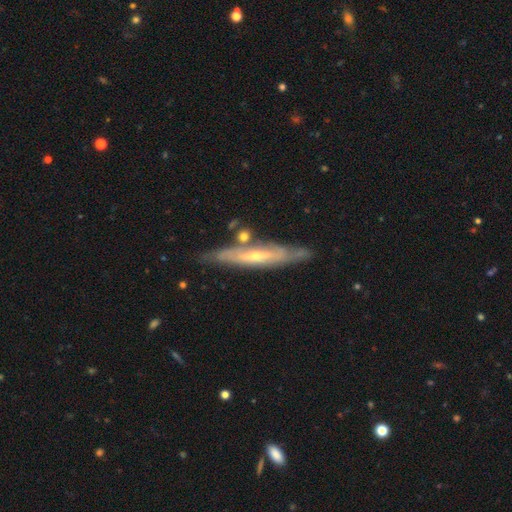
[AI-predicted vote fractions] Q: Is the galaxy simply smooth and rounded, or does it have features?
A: featured or disk — 73%.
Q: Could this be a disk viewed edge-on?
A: yes — 71%.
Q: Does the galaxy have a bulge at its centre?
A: rounded — 63%.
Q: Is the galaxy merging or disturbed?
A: none — 75%.